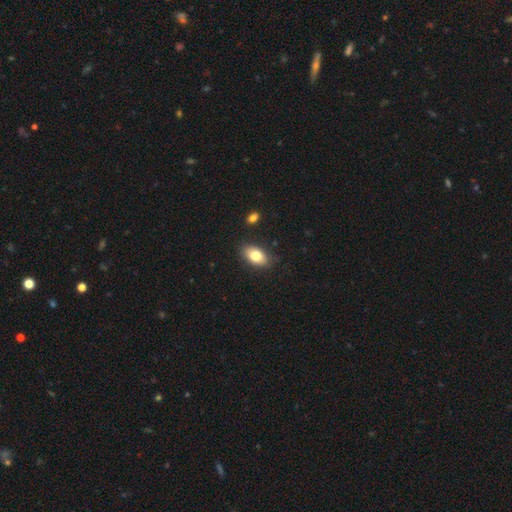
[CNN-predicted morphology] The model was most divided on "smooth or featured": smooth: 79%, featured or disk: 13%, star or artifact: 8%. More confident: how rounded — in between (90%); merging — none (84%).